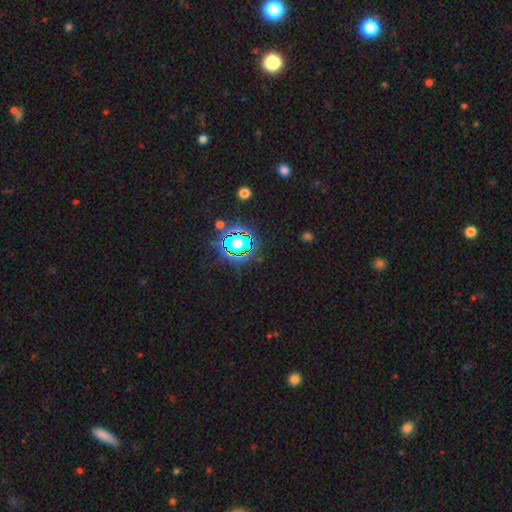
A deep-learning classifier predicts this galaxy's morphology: The model was most divided on "smooth or featured": star or artifact: 80%, smooth: 12%, featured or disk: 8%.